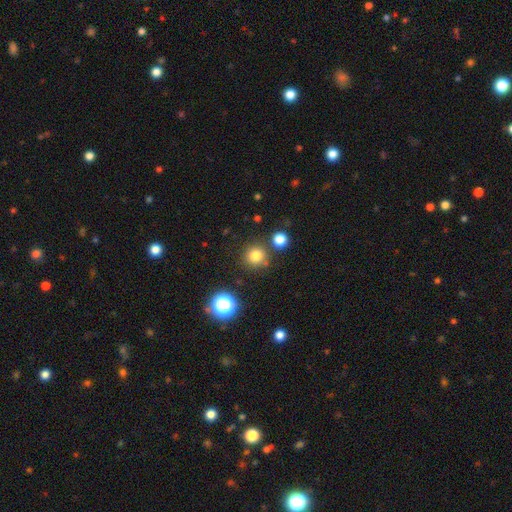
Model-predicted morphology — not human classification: smooth 78%, star or artifact 16%, featured or disk 6%. Down the decision tree: how rounded — round (93%); merging — none (81%).